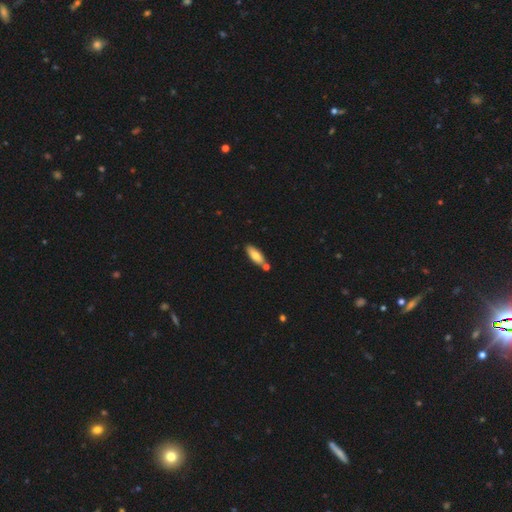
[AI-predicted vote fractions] smooth-or-featured: smooth: 76% | featured or disk: 18% | star or artifact: 7%
  how-rounded: in between: 70% | cigar-shaped: 27% | round: 2%
  merging: none: 69% | merger: 15% | minor disturbance: 13% | major disturbance: 3%